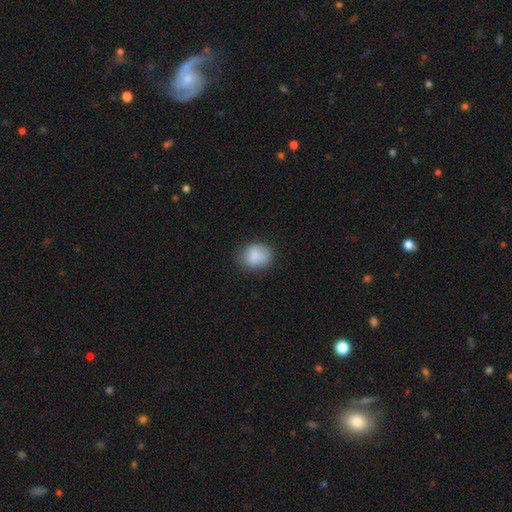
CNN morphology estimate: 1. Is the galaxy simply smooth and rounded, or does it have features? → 85% smooth, 8% star or artifact, 7% featured or disk.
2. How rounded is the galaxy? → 53% in between, 46% round, 1% cigar-shaped.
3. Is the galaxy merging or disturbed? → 72% none, 21% minor disturbance, 5% major disturbance, 2% merger.